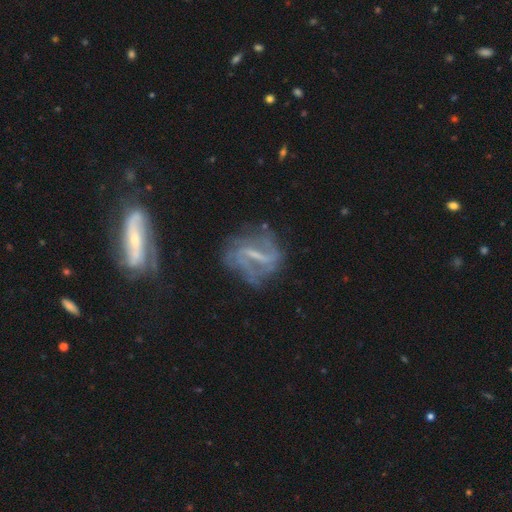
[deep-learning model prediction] This is clearly a featured or disk galaxy (81%). It is clearly not viewed edge-on (94%). Bar: likely strong (61%). Spiral arm pattern: clearly yes (86%). Spiral arm count: likely 2 (63%). Spiral winding: marginally loose (40%). Central bulge: marginally small (42%). Merging: possibly none (57%).